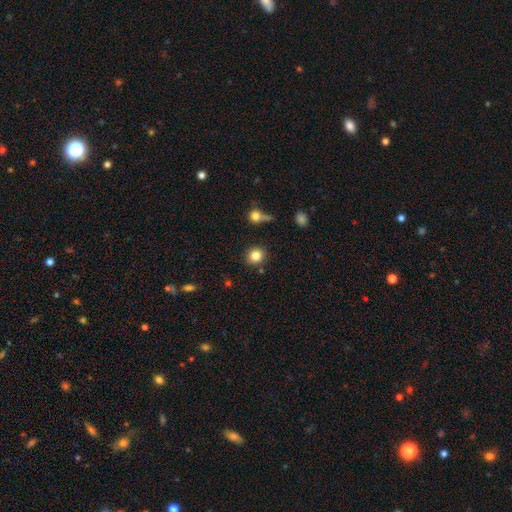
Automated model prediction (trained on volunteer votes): The model was most divided on "smooth or featured": smooth: 82%, star or artifact: 11%, featured or disk: 7%. More confident: how rounded — round (86%); merging — none (85%).